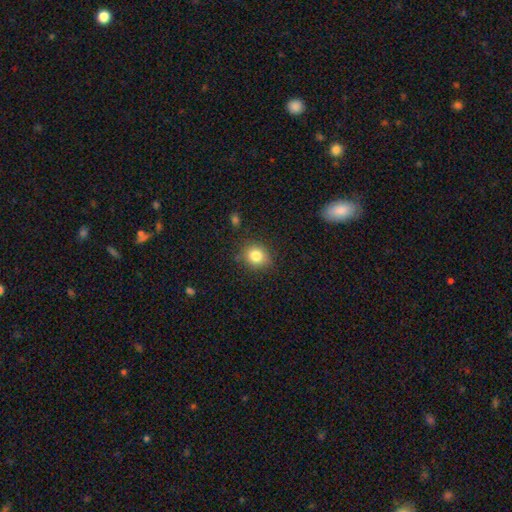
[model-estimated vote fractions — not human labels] smooth 82%, star or artifact 11%, featured or disk 7%. Down the decision tree: how rounded — round (73%); merging — none (82%).